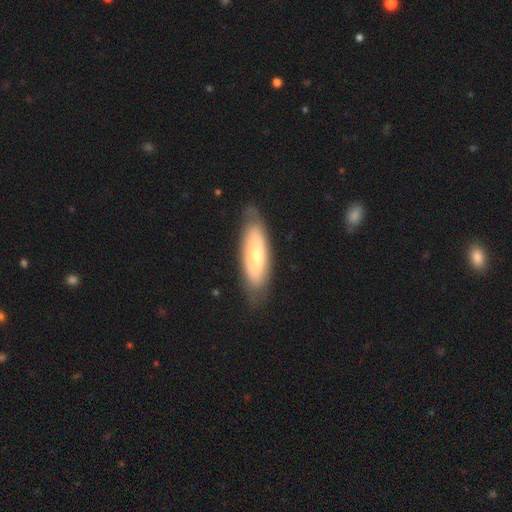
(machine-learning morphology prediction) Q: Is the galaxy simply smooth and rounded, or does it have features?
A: featured or disk — 48%.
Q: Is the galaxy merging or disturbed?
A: none — 76%.